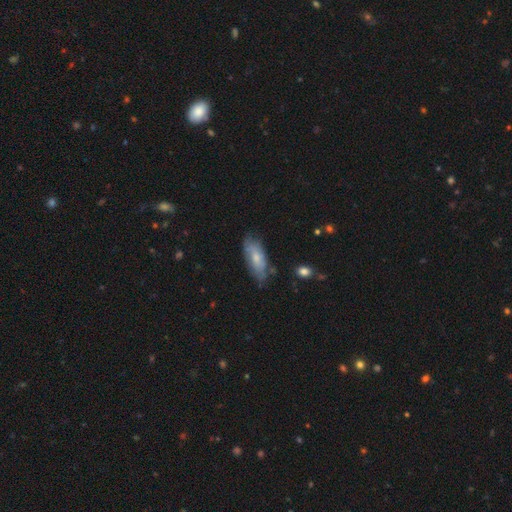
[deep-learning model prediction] smooth-or-featured: smooth: 60% | featured or disk: 33% | star or artifact: 7%
  how-rounded: in between: 77% | cigar-shaped: 20% | round: 2%
  merging: none: 64% | minor disturbance: 27% | major disturbance: 6% | merger: 3%